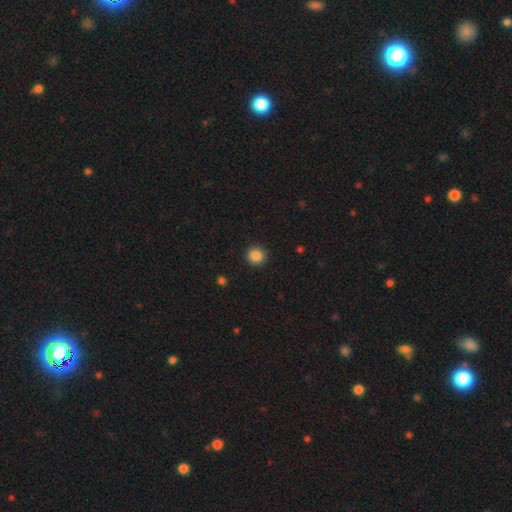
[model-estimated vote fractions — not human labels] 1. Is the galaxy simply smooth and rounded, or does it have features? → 87% smooth, 10% star or artifact, 3% featured or disk.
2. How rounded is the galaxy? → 94% round, 5% in between, 1% cigar-shaped.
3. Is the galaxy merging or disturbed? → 91% none, 6% minor disturbance, 2% major disturbance, 1% merger.